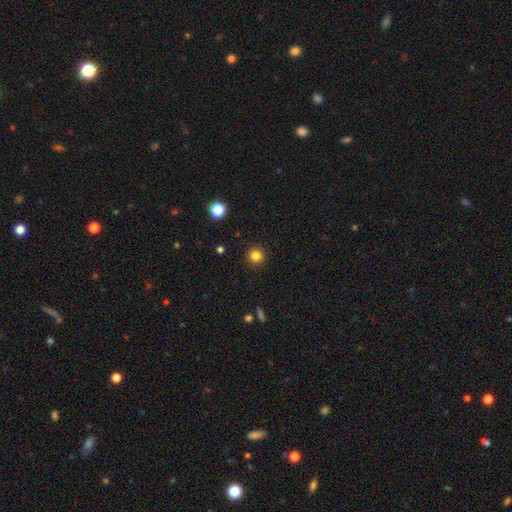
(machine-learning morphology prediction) This appears to be a smooth galaxy with no disk features (83%) that is round (94%). Merging: none (92%).